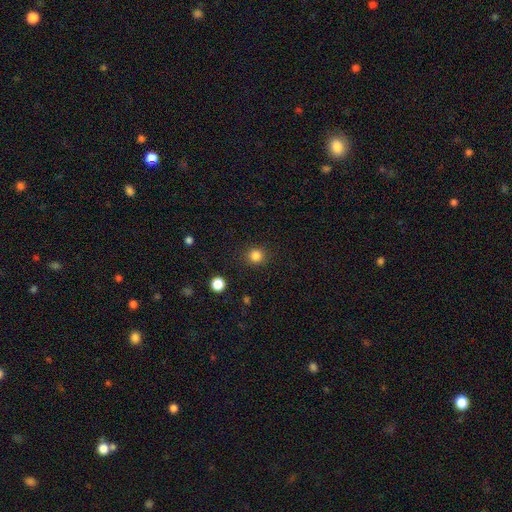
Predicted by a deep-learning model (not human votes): Smooth or featured?
  - smooth: 84% *
  - star or artifact: 13%
  - featured or disk: 4%
How rounded?
  - round: 91% *
  - in between: 8%
  - cigar-shaped: 1%
Merging?
  - none: 90% *
  - minor disturbance: 6%
  - major disturbance: 2%
  - merger: 1%